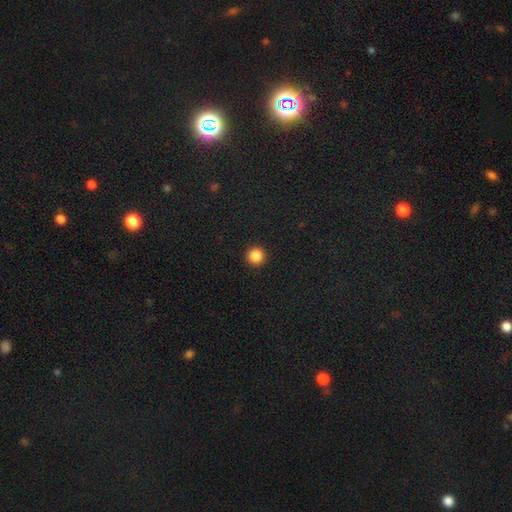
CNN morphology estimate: Smooth or featured: smooth — 86% (star or artifact — 11%)
How rounded: round — 96% (in between — 3%)
Merging: none — 94% (minor disturbance — 4%)